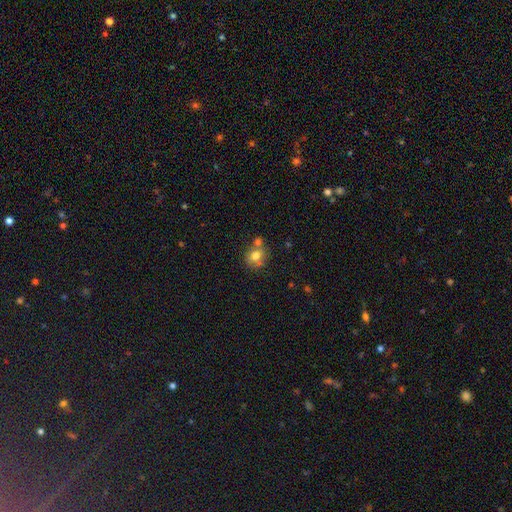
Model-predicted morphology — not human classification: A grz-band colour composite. It shows a smooth galaxy with no disk features (74%) that is round (73%). Merging: none (52%).